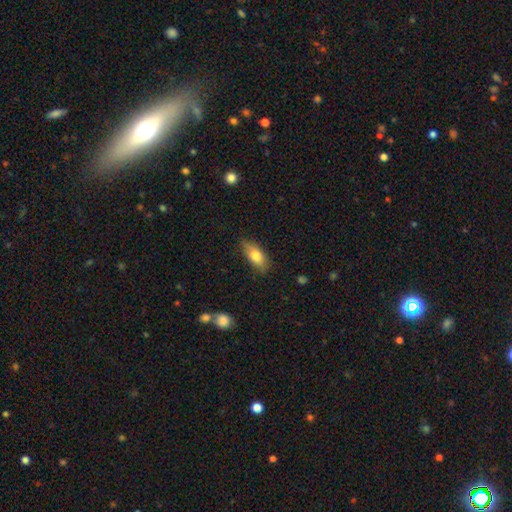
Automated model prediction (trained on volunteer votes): This appears to be a smooth galaxy with no disk features (73%) that is in between round and cigar-shaped (83%). Merging: none (76%).